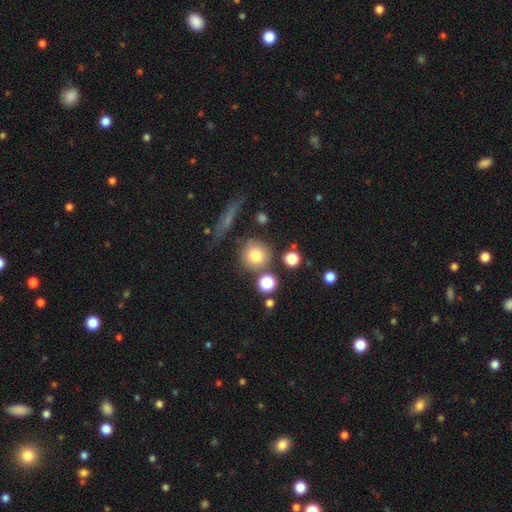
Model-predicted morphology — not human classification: A smooth galaxy with no disk features (78%) that is round (90%). Merging: none (72%).